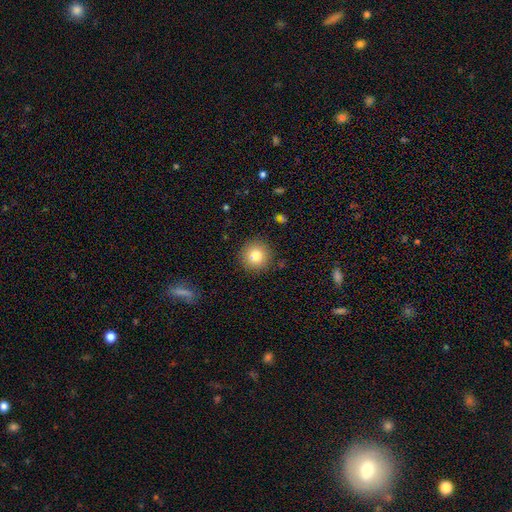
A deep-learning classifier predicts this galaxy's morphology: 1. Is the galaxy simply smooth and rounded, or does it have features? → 81% smooth, 10% star or artifact, 9% featured or disk.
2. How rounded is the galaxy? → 95% round, 4% in between, 1% cigar-shaped.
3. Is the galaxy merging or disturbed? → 90% none, 7% minor disturbance, 2% major disturbance, 1% merger.